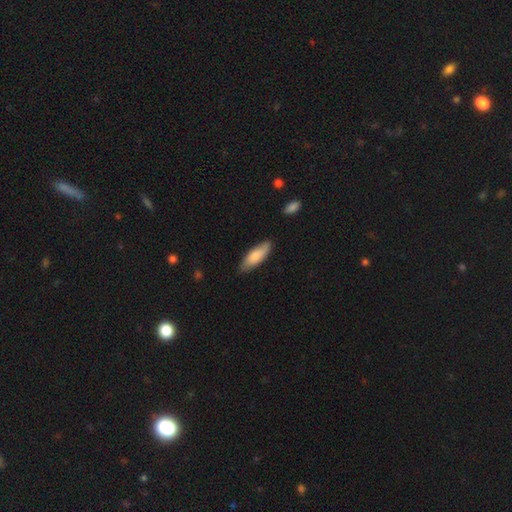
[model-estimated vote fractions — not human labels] Morphology: type=smooth (77%); roundness=in between (64%); merging=none (77%).